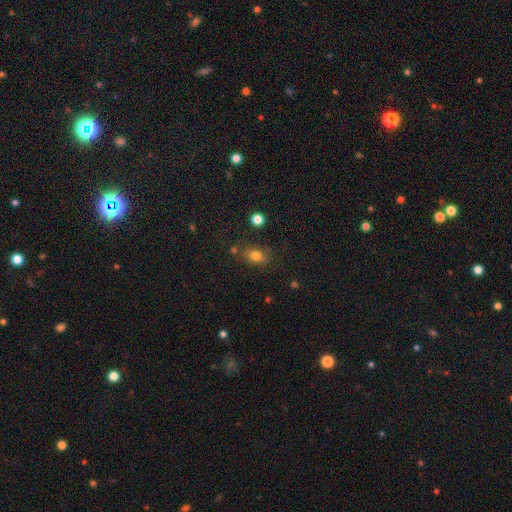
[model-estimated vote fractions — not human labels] Q: Smooth or featured?
A: smooth (79%); runner-up: star or artifact (13%)
Q: How rounded?
A: in between (68%); runner-up: round (30%)
Q: Merging?
A: none (73%); runner-up: minor disturbance (15%)